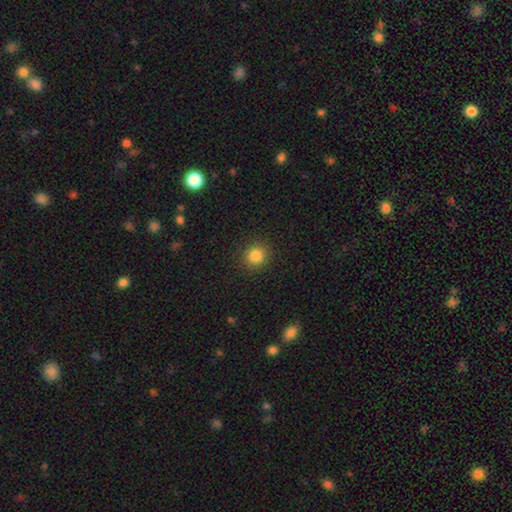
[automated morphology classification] smooth 85%, star or artifact 11%, featured or disk 4%. Down the decision tree: how rounded — round (86%); merging — none (90%).